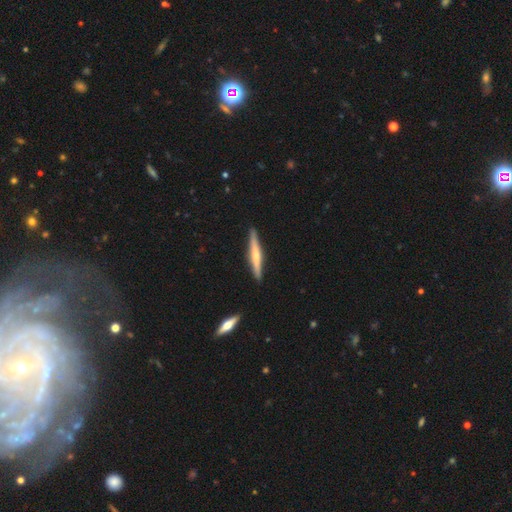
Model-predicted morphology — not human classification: This is possibly a featured or disk galaxy (55%). It is clearly viewed edge-on (97%). Edge-on bulge: likely rounded (62%). Merging: clearly none (90%).